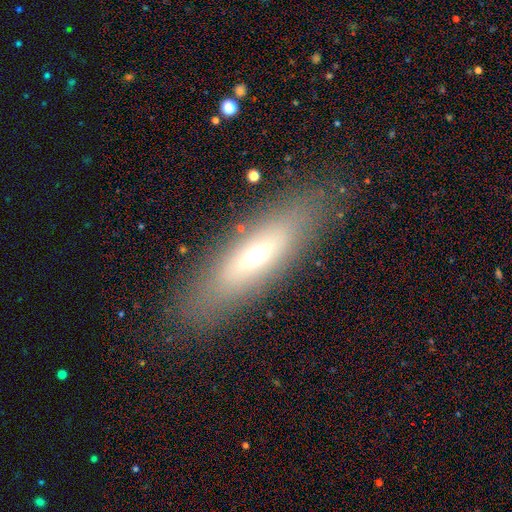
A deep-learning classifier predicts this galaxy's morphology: type=smooth (51%); roundness=cigar-shaped (49%); merging=none (80%).